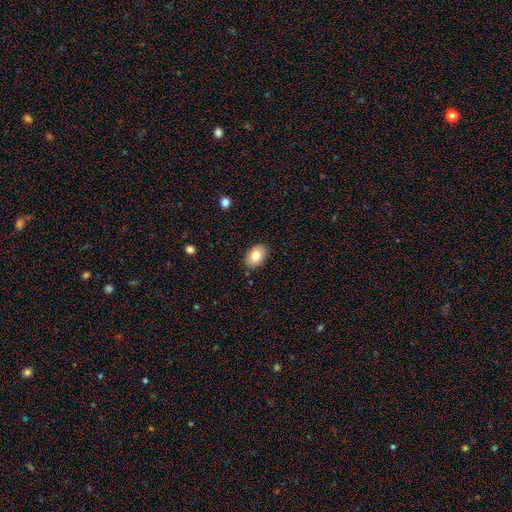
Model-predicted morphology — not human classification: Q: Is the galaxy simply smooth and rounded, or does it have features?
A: smooth — 81%.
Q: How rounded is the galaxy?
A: in between — 83%.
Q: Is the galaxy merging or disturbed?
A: none — 87%.